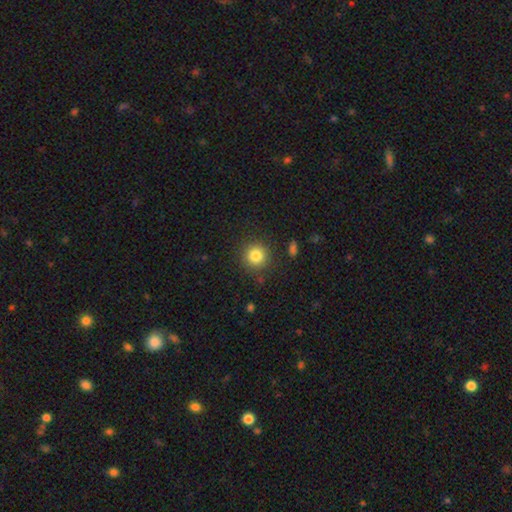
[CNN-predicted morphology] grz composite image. It shows a smooth galaxy with no disk features (82%) that is round (94%). Merging: none (87%).